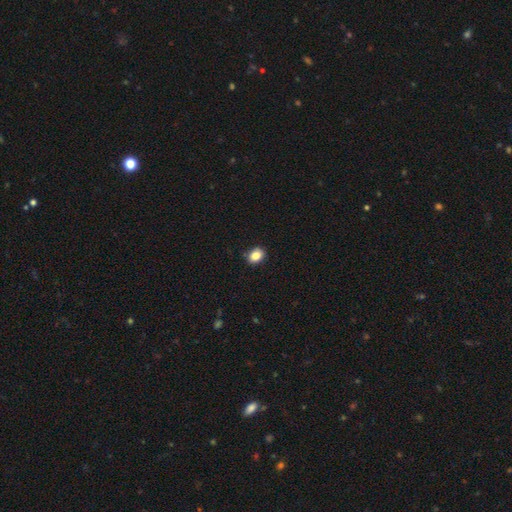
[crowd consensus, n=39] Overall: smooth (87%). How rounded: in between (62%; round 38%). Merging: none (81%).